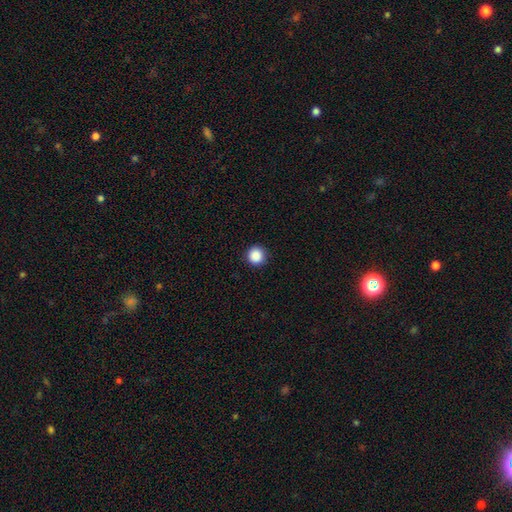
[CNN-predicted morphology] Overall: smooth (89%). How rounded: round (95%). Merging: none (92%).